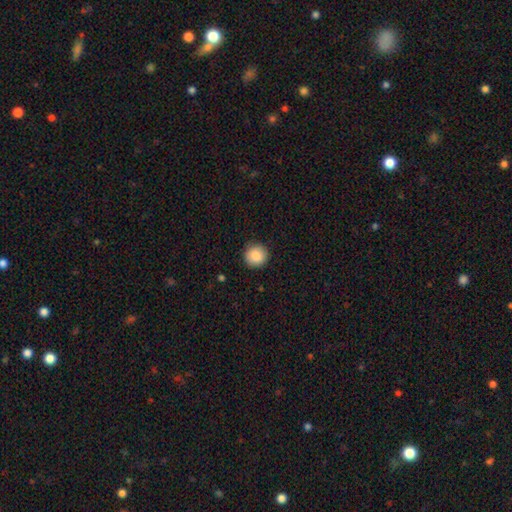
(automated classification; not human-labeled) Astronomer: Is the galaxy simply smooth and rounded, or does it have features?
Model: smooth — 87%.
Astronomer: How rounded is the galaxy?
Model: round — 93%.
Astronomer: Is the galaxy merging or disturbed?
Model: none — 91%.